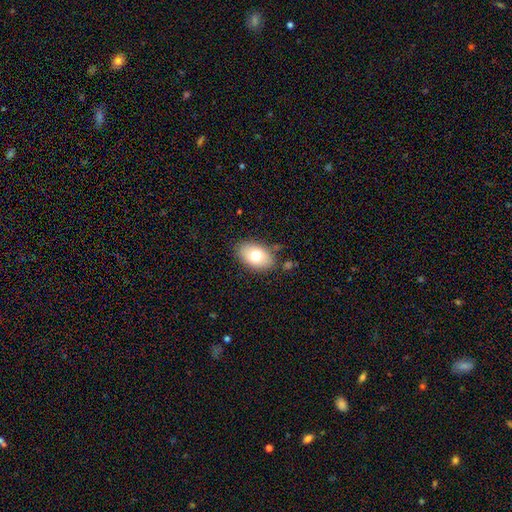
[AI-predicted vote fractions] smooth_or_featured: smooth (p=0.73) [alt: featured or disk p=0.19]
how_rounded: in between (p=0.88) [alt: round p=0.10]
merging: none (p=0.80) [alt: minor disturbance p=0.14]